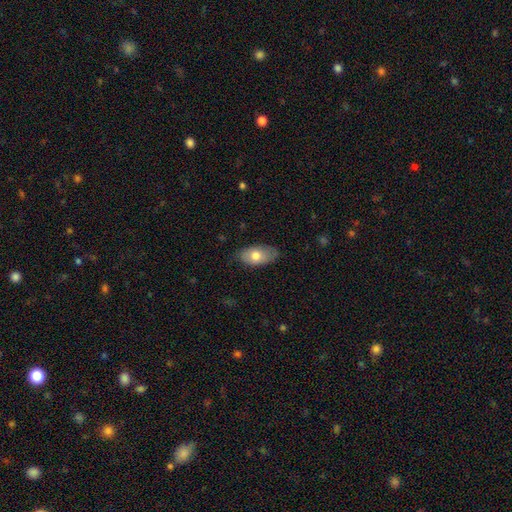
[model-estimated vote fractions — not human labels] Smooth or featured: smooth — 72% (featured or disk — 21%)
How rounded: in between — 93% (round — 5%)
Merging: none — 76% (minor disturbance — 19%)